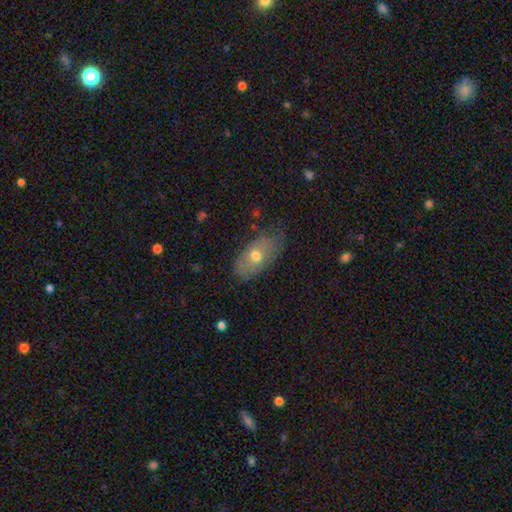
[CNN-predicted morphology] This is likely a smooth galaxy (63%). How rounded: clearly in between (89%). Merging: likely none (62%).